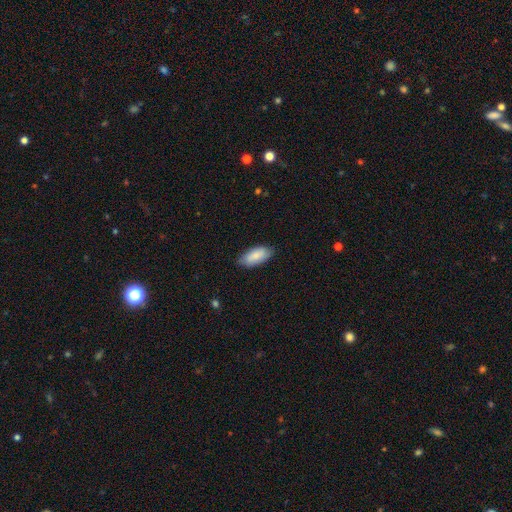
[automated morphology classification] A smooth galaxy with no disk features (84%) that is in between round and cigar-shaped (90%). Merging: none (80%).